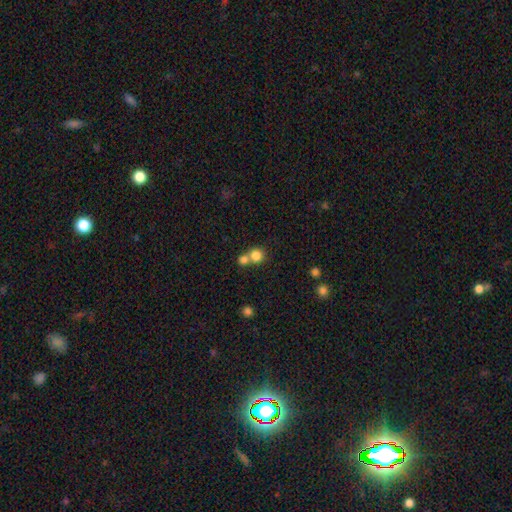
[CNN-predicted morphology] type=smooth (81%); roundness=round (89%); merging=merger (46%, tied with none).